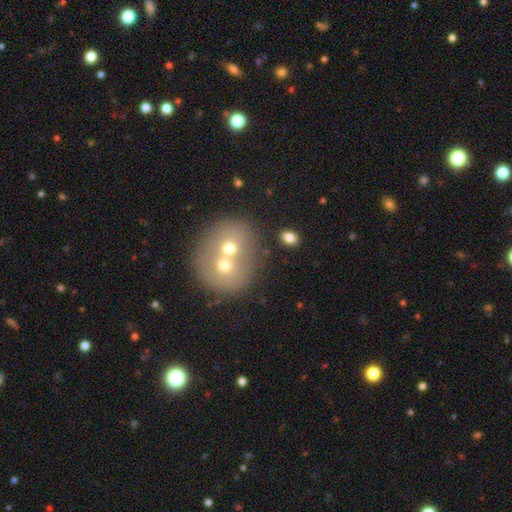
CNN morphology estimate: Smooth or featured? smooth (50%)
How rounded? round (77%)
Merging? merger (61%)